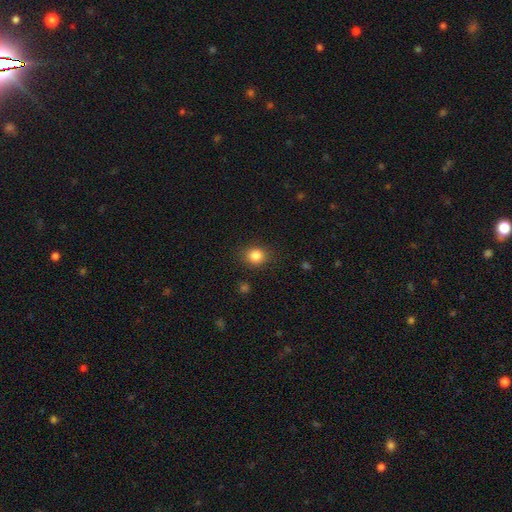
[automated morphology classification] smooth 84%, star or artifact 11%, featured or disk 5%. Down the decision tree: how rounded — round (75%); merging — none (87%).